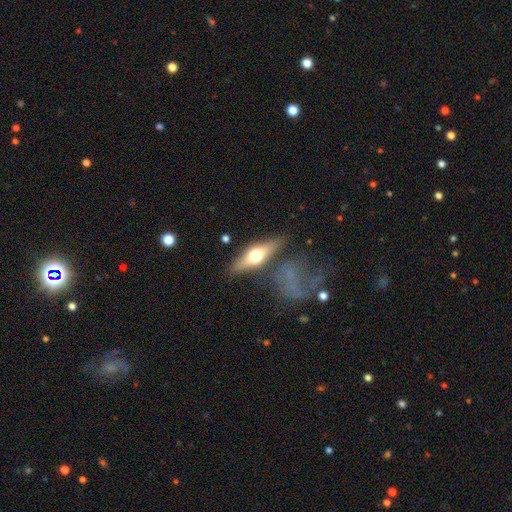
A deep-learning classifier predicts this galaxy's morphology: Smooth or featured: featured or disk — 51% (smooth — 43%)
Edge-on disk: yes — 87% (no — 13%)
Merging: none — 77% (minor disturbance — 13%)